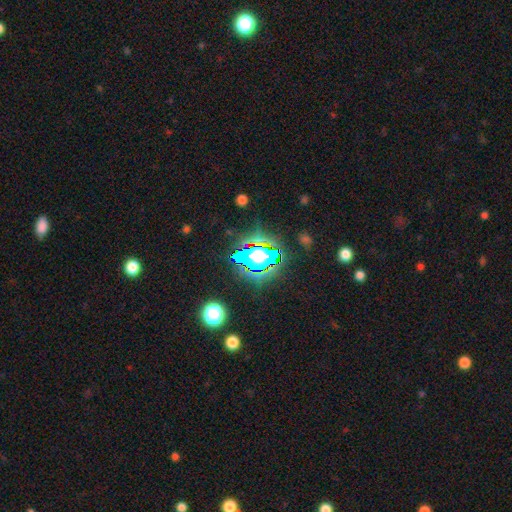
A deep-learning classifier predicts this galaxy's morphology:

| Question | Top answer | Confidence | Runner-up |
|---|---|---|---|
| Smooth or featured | star or artifact | 58% | smooth (27%) |